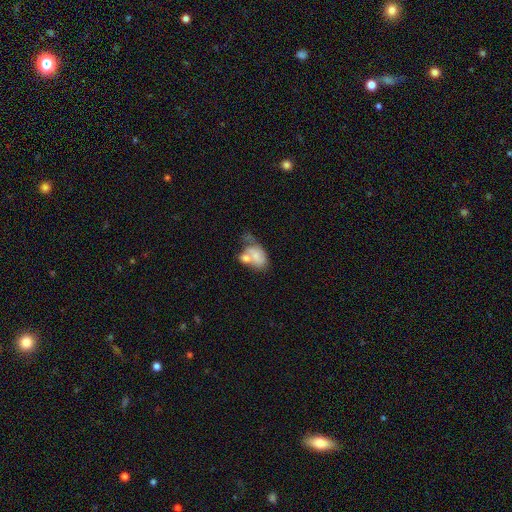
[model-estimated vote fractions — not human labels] smooth_or_featured: smooth (p=0.62) [alt: featured or disk p=0.30]
how_rounded: in between (p=0.85) [alt: round p=0.13]
merging: merger (p=0.51) [alt: none p=0.17]